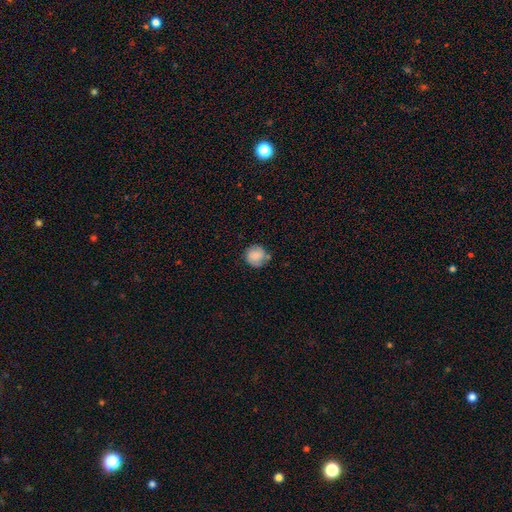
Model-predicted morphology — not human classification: The model was most divided on "smooth or featured": smooth: 70%, featured or disk: 22%, star or artifact: 8%. More confident: how rounded — round (90%); merging — none (72%).